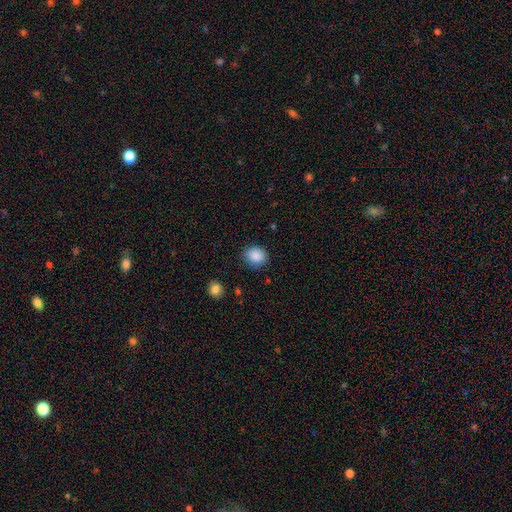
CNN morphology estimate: Smooth or featured: smooth — 88% (star or artifact — 9%)
How rounded: round — 67% (in between — 32%)
Merging: none — 82% (minor disturbance — 13%)